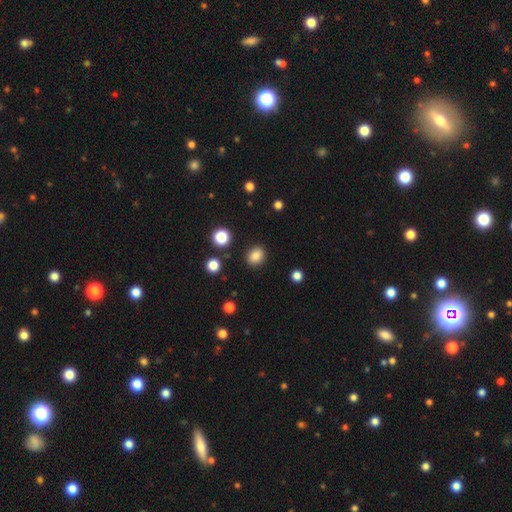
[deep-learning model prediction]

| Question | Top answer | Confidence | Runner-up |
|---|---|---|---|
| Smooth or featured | smooth | 85% | star or artifact (11%) |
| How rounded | round | 54% | in between (45%) |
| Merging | none | 89% | minor disturbance (7%) |